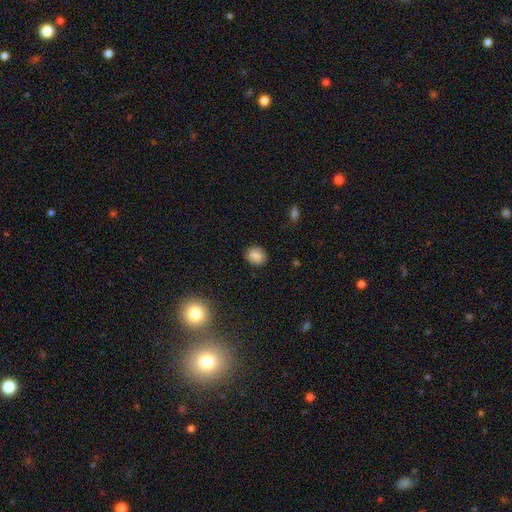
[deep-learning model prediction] Smooth or featured? Predicted: smooth (p=0.80). How rounded? Predicted: round (p=0.64). Merging? Predicted: none (p=0.87).